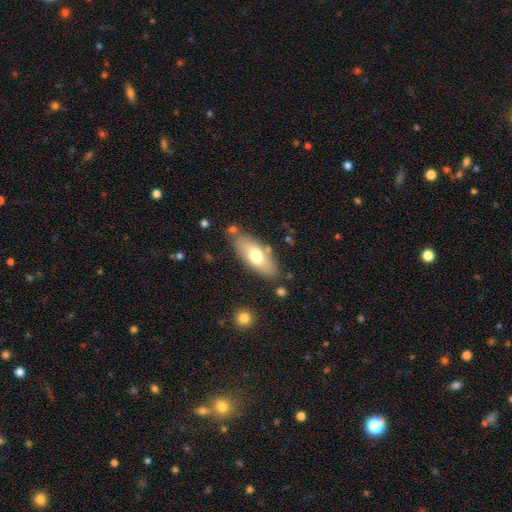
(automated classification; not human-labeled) Smooth or featured? Predicted: smooth (p=0.66). How rounded? Predicted: in between (p=0.79). Merging? Predicted: none (p=0.77).